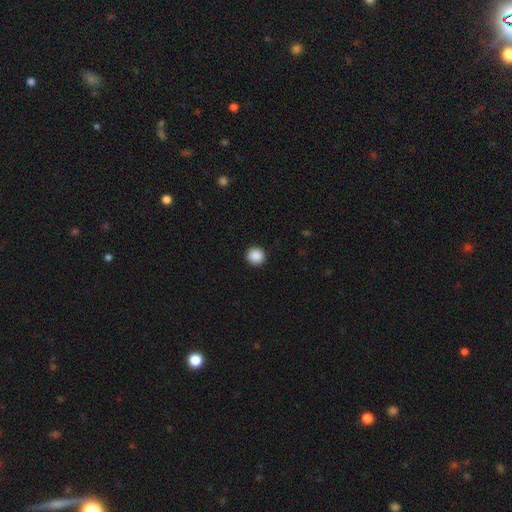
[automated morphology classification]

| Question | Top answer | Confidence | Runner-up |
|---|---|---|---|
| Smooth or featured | smooth | 89% | star or artifact (9%) |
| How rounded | round | 94% | in between (6%) |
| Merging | none | 93% | minor disturbance (5%) |